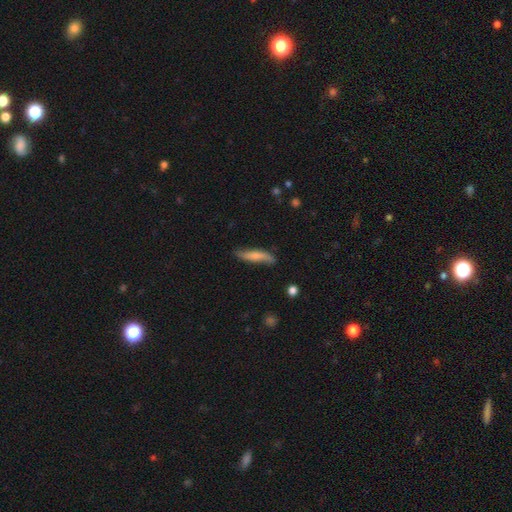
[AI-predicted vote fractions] Overall: smooth (62%; featured or disk 32%). How rounded: cigar-shaped (79%). Merging: none (68%).